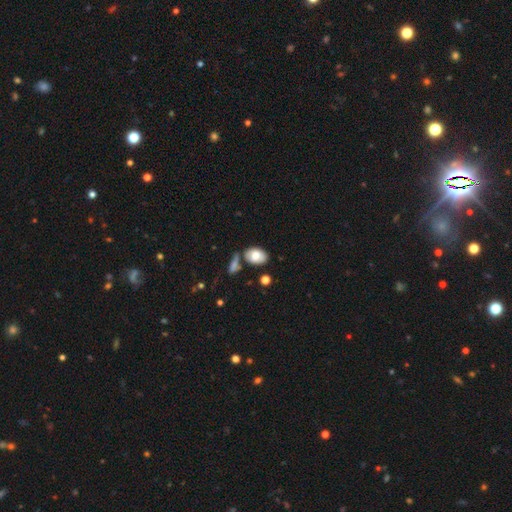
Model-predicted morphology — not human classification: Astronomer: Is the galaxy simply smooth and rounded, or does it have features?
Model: smooth — 75%.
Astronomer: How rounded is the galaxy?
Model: in between — 87%.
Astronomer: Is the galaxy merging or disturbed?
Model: none — 57%.